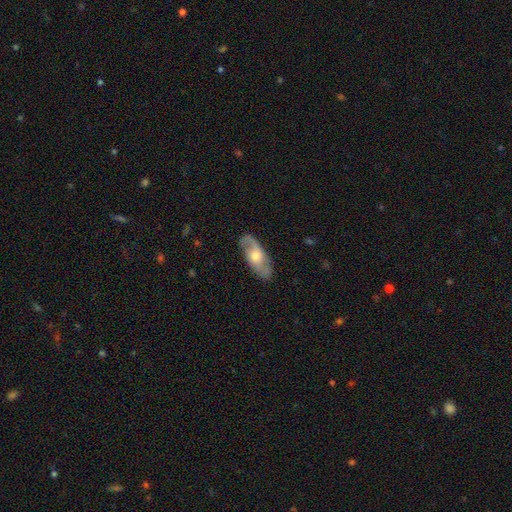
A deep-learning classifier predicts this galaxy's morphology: The model was most divided on "bar": no: 66%, weak: 28%, strong: 6%. More confident: edge-on disk — no (86%); merging — none (83%); spiral arms — yes (82%); smooth or featured — featured or disk (67%); bulge size — moderate (64%).